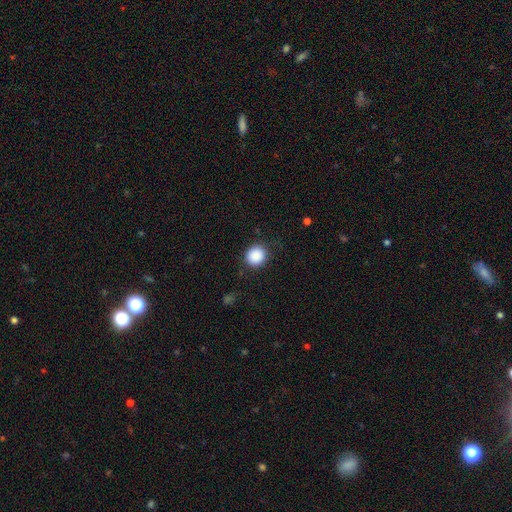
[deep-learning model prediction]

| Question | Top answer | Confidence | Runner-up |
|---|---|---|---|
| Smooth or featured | smooth | 89% | star or artifact (8%) |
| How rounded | round | 88% | in between (11%) |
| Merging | none | 88% | minor disturbance (8%) |